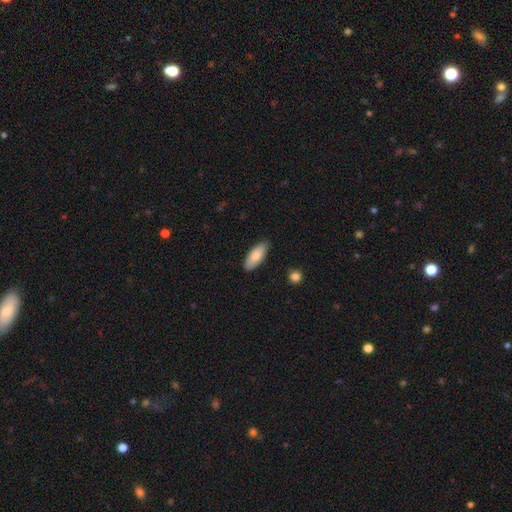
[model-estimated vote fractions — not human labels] Smooth or featured? smooth (80%)
How rounded? in between (78%)
Merging? none (84%)